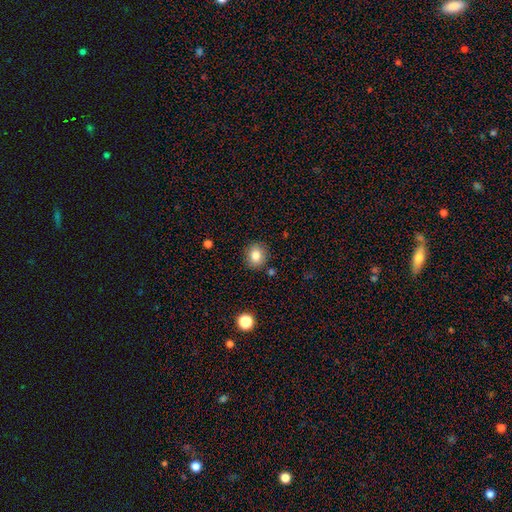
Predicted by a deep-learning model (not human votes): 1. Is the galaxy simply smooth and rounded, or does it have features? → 83% smooth, 10% star or artifact, 7% featured or disk.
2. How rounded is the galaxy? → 75% round, 24% in between, 1% cigar-shaped.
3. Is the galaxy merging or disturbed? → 86% none, 9% minor disturbance, 2% major disturbance, 2% merger.